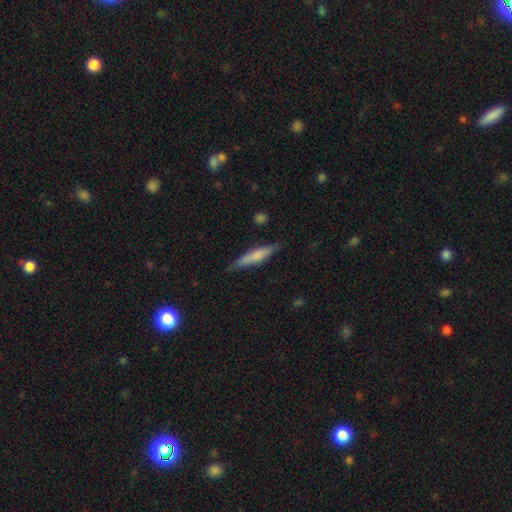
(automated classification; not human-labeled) smooth 62%, featured or disk 32%, star or artifact 6%. Down the decision tree: how rounded — cigar-shaped (88%); merging — none (81%).